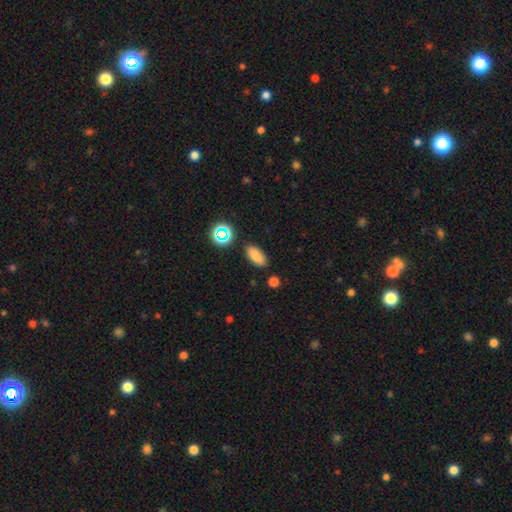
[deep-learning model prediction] The model was most divided on "smooth or featured": smooth: 80%, star or artifact: 12%, featured or disk: 7%. More confident: how rounded — in between (87%); merging — none (86%).